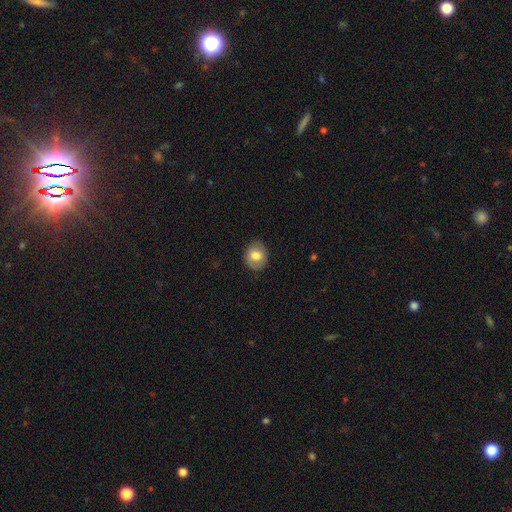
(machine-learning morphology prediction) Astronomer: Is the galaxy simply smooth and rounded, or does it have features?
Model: smooth — 74%.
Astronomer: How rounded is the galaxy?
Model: round — 65%.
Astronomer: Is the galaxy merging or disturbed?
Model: none — 84%.